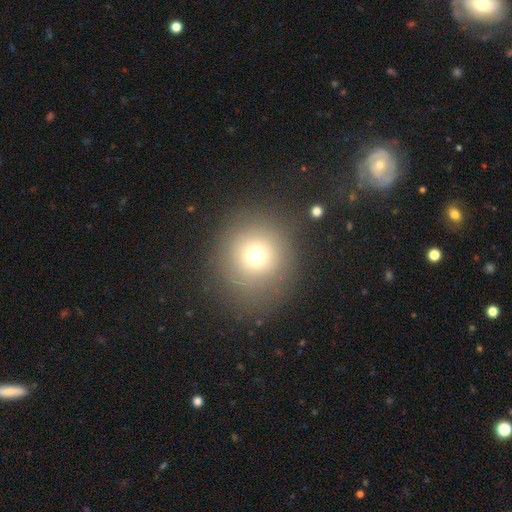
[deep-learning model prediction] A smooth galaxy with no disk features (70%) that is round (92%). Merging: none (82%).